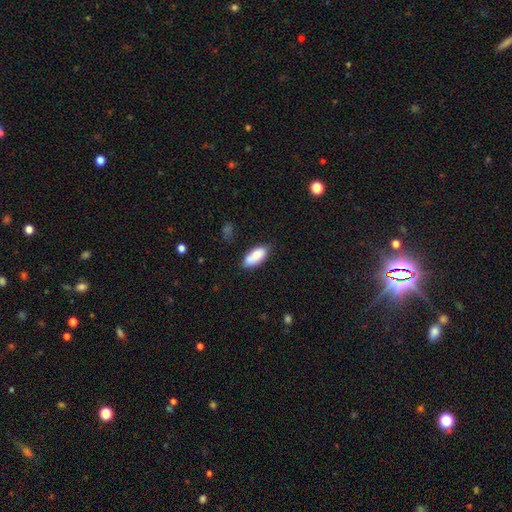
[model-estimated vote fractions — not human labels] Smooth or featured? smooth (83%)
How rounded? in between (86%)
Merging? none (65%)